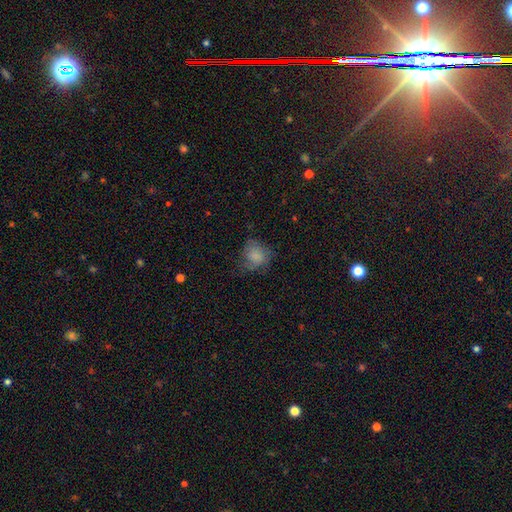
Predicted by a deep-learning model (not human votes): This is likely a smooth galaxy (68%). How rounded: likely round (63%). Merging: possibly none (50%).